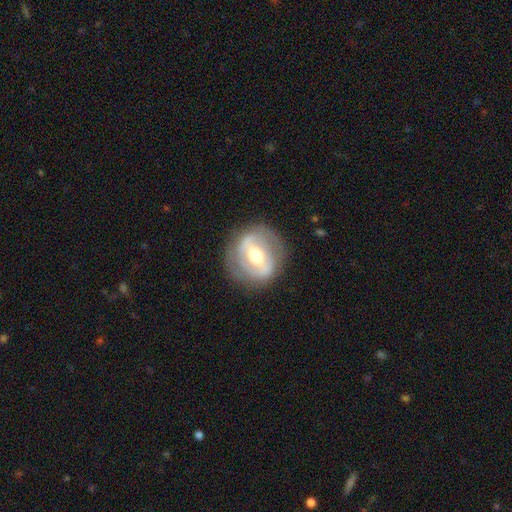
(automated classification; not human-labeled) smooth_or_featured: featured or disk (p=0.70) [alt: smooth p=0.24]
disk_edge_on: no (p=0.95) [alt: yes p=0.05]
bar: strong (p=0.43) [alt: weak p=0.37]
has_spiral_arms: yes (p=0.57) [alt: no p=0.43]
bulge_size: moderate (p=0.72) [alt: large p=0.14]
merging: none (p=0.80) [alt: minor disturbance p=0.13]